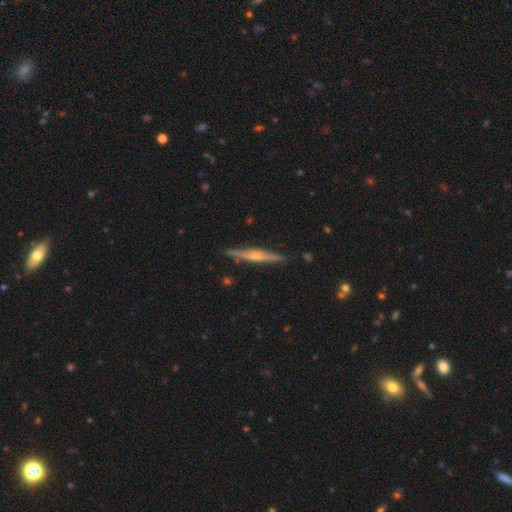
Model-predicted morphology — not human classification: Smooth or featured? featured or disk (72%)
Edge-on disk? yes (98%)
Edge-on bulge? rounded (76%)
Merging? none (89%)